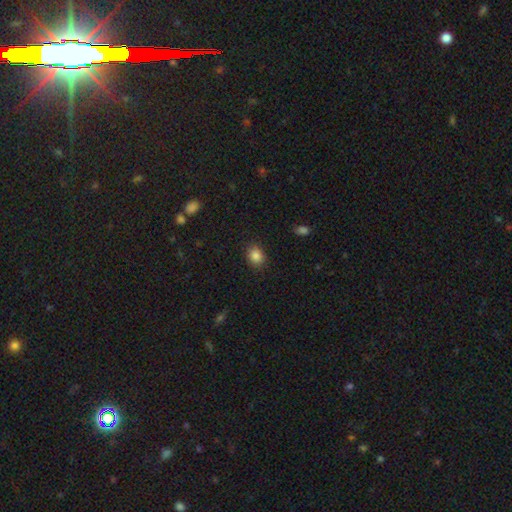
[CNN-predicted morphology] The model was most divided on "how rounded": in between: 51%, round: 48%, cigar-shaped: 1%. More confident: merging — none (86%); smooth or featured — smooth (85%).